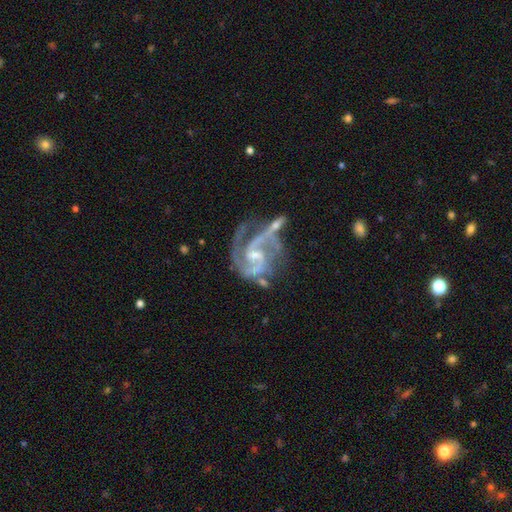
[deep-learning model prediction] This appears to be a featured or disk galaxy (91%) with a weak bar (52%), 2 (79%) medium (58%) spiral arms (98%) and a small central bulge (63%). Merging: none (35%).